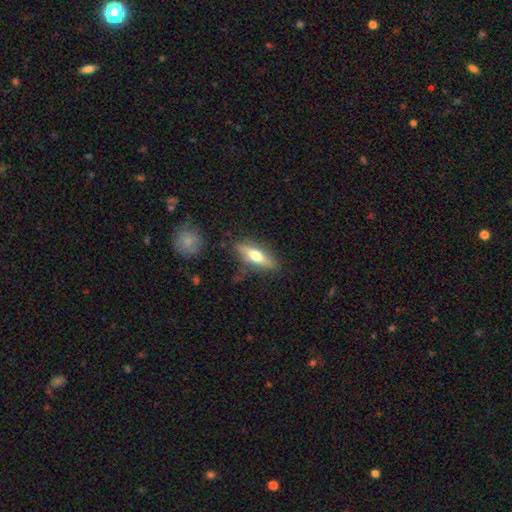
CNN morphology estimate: A smooth galaxy with no disk features (47%, tied with featured or disk).

Vote fractions:
- Smooth or featured? smooth: 47% (tied) / featured or disk: 47% (tied) / star or artifact: 6%
- Merging? none: 78% / minor disturbance: 15% / major disturbance: 4% / merger: 3%